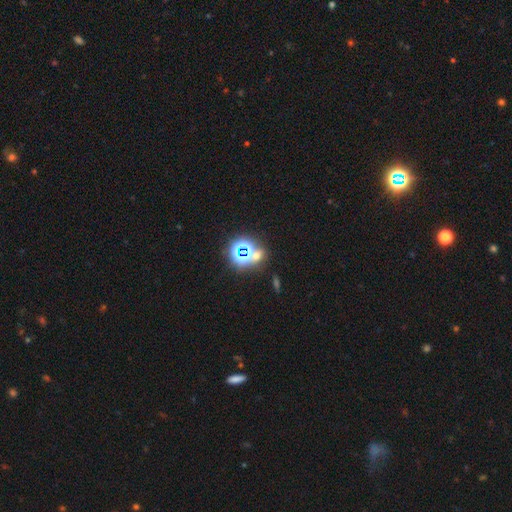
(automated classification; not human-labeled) This appears to be a star or artifact, not a galaxy (60%).